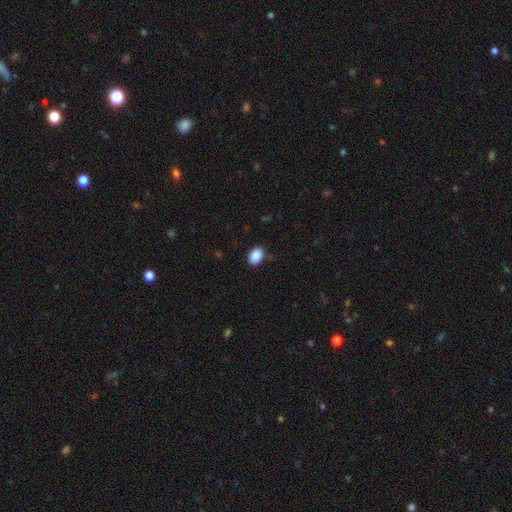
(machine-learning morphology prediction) A smooth galaxy with no disk features (89%) that is in between round and cigar-shaped (84%).

Vote fractions:
- Smooth or featured? smooth: 89% / star or artifact: 7% / featured or disk: 3%
- How rounded? in between: 84% / round: 15% / cigar-shaped: 1%
- Merging? none: 85% / minor disturbance: 12% / major disturbance: 3% / merger: 1%